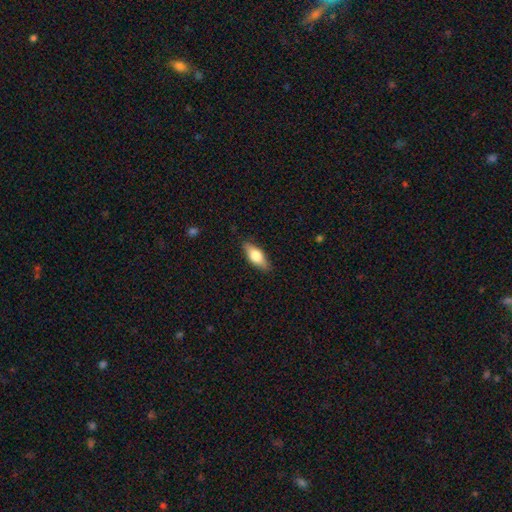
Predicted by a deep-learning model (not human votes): This is likely a smooth galaxy (66%). How rounded: likely in between (74%). Merging: clearly none (86%).